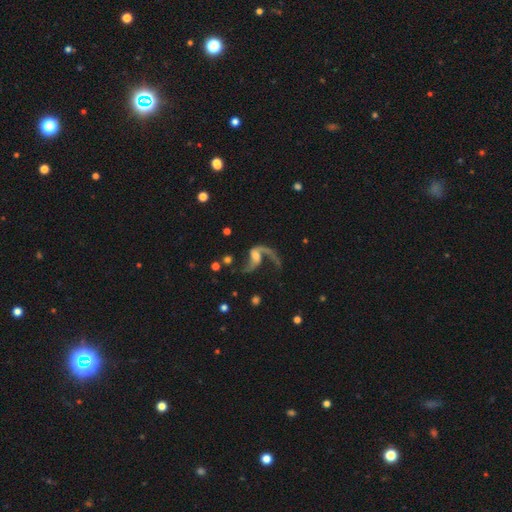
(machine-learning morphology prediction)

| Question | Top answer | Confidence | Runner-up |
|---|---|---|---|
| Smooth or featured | featured or disk | 84% | smooth (8%) |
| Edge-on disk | no | 96% | yes (4%) |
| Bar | no | 48% | weak (36%) |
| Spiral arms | yes | 93% | no (7%) |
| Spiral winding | loose | 86% | medium (11%) |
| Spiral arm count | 2 | 76% | 1 (19%) |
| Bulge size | moderate | 42% | small (33%) |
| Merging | none | 42% | major disturbance (34%) |